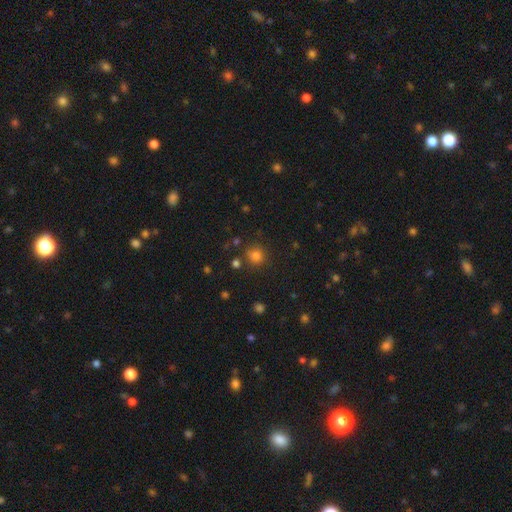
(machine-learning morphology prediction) A smooth galaxy with no disk features (78%) that is round (87%). Merging: none (79%).